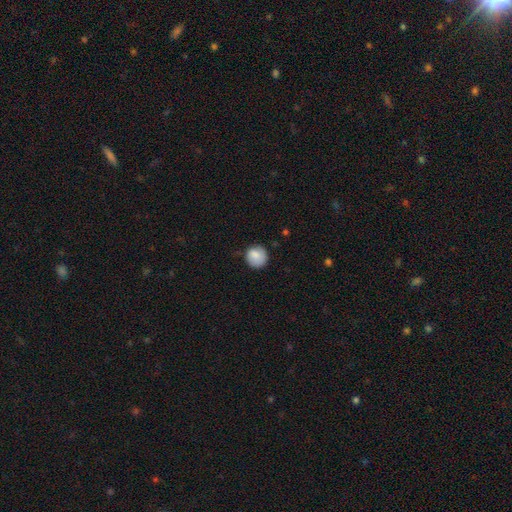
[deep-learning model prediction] Q: Smooth or featured?
A: smooth (85%); runner-up: featured or disk (8%)
Q: How rounded?
A: round (89%); runner-up: in between (10%)
Q: Merging?
A: none (72%); runner-up: minor disturbance (22%)